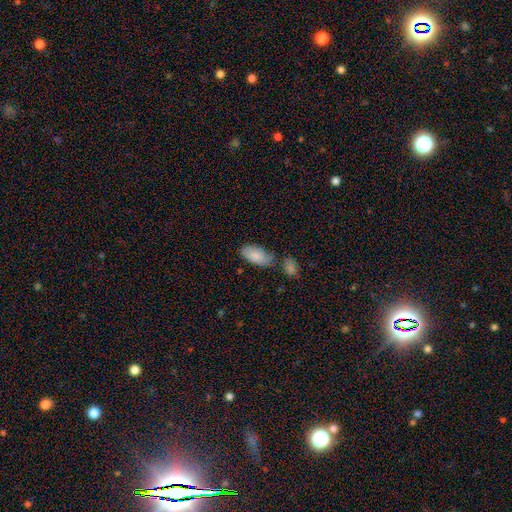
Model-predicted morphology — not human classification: smooth_or_featured: smooth (p=0.82) [alt: featured or disk p=0.12]
how_rounded: in between (p=0.94) [alt: cigar-shaped p=0.04]
merging: none (p=0.54) [alt: minor disturbance p=0.26]